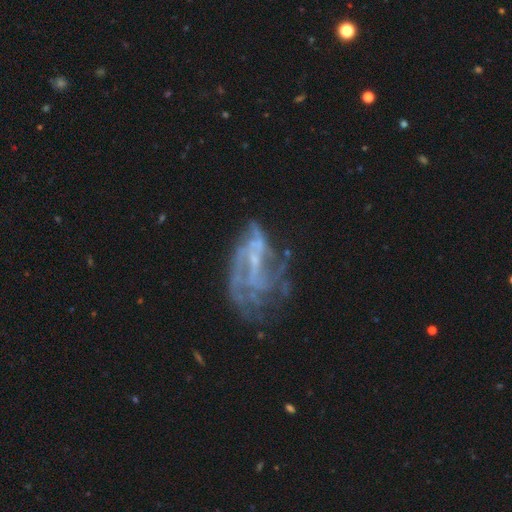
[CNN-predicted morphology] Smooth or featured? Predicted: featured or disk (p=0.73). Edge-on disk? Predicted: no (p=0.94). Bar? Predicted: no (p=0.43). Spiral arms? Predicted: yes (p=0.68). Bulge size? Predicted: small (p=0.49). Merging? Predicted: none (p=0.44).